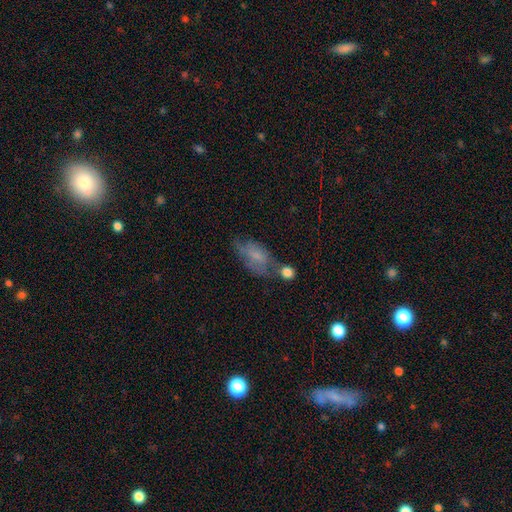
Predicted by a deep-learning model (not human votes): Q: Smooth or featured?
A: smooth (55%); runner-up: featured or disk (35%)
Q: How rounded?
A: in between (87%); runner-up: round (7%)
Q: Merging?
A: none (36%); runner-up: minor disturbance (27%)